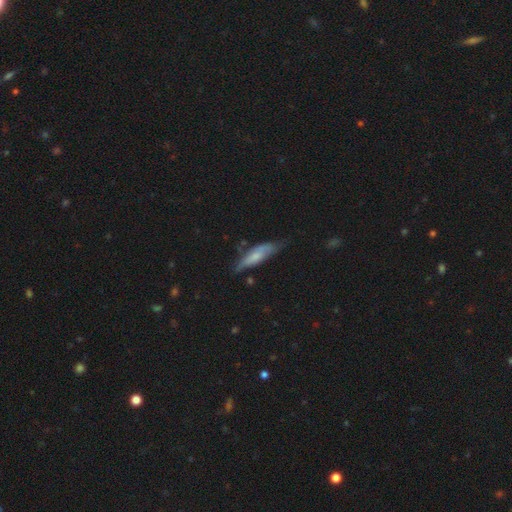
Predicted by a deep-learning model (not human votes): smooth-or-featured: smooth: 58% | featured or disk: 35% | star or artifact: 6%
  how-rounded: cigar-shaped: 58% | in between: 40% | round: 2%
  merging: none: 51% | minor disturbance: 34% | major disturbance: 10% | merger: 4%